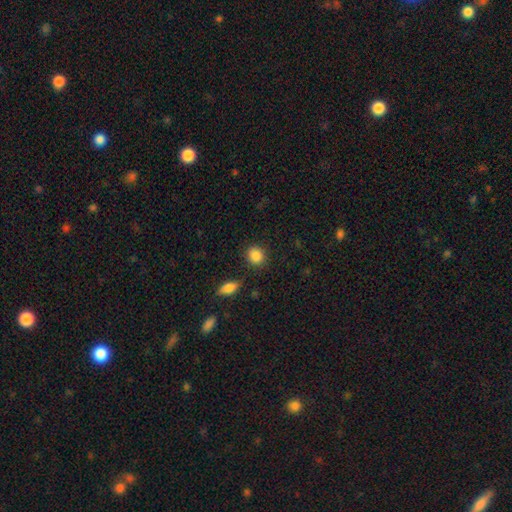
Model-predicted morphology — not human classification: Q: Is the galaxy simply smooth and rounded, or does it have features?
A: smooth — 87%.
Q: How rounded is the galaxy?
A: round — 70%.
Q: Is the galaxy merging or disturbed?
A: none — 85%.